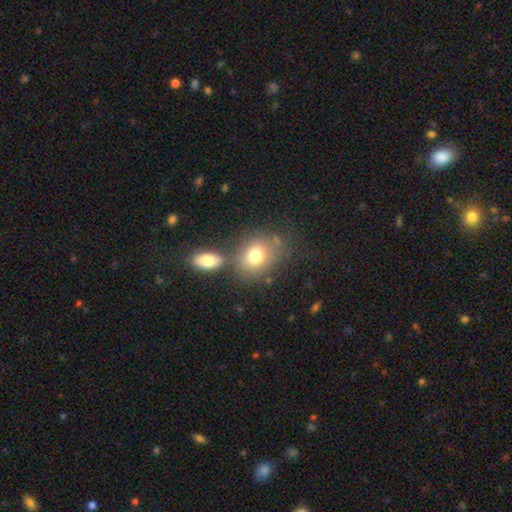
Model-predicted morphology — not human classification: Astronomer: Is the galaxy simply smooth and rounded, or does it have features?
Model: smooth — 76%.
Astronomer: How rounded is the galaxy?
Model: in between — 60% (runner-up: round, 39%).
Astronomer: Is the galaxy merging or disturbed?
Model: none — 54%.